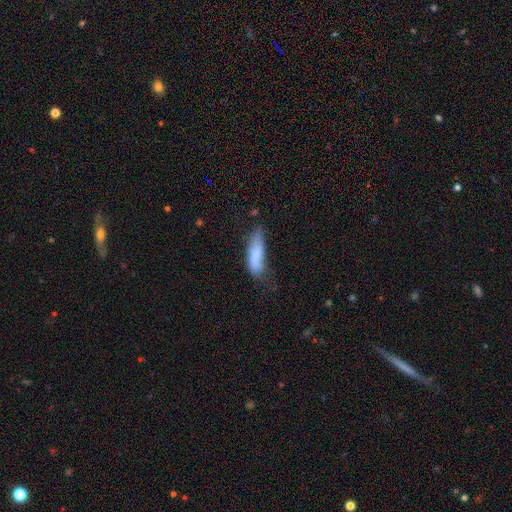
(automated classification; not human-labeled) smooth 77%, featured or disk 16%, star or artifact 8%. Down the decision tree: how rounded — cigar-shaped (55%); merging — none (40%).